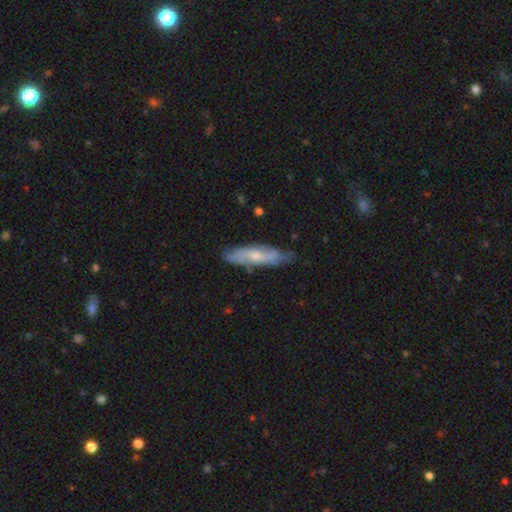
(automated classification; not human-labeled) A featured or disk galaxy (55%).

Vote fractions:
- Smooth or featured? featured or disk: 55% / smooth: 39% / star or artifact: 6%
- Edge-on disk? no: 56% / yes: 44%
- Merging? none: 73% / minor disturbance: 21% / major disturbance: 4% / merger: 2%